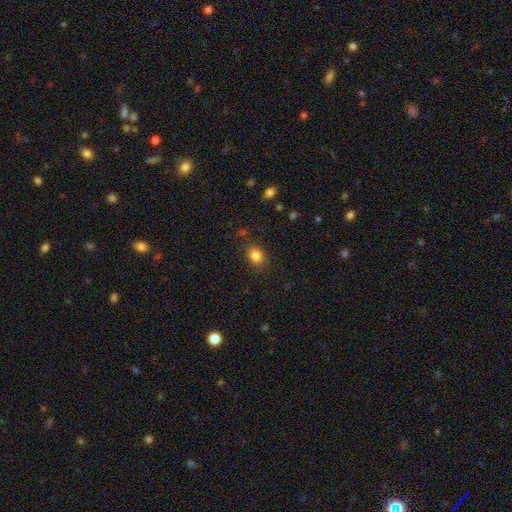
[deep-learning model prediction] Smooth or featured?
  - smooth: 84% *
  - star or artifact: 11%
  - featured or disk: 5%
How rounded?
  - round: 60% *
  - in between: 39%
  - cigar-shaped: 1%
Merging?
  - none: 83% *
  - minor disturbance: 12%
  - major disturbance: 3%
  - merger: 2%